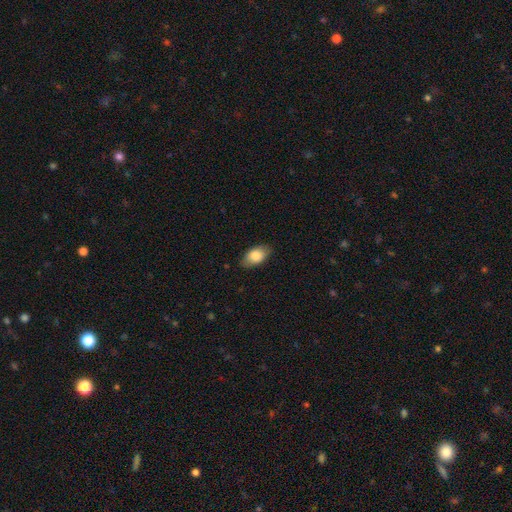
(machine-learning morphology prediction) This appears to be a smooth galaxy with no disk features (82%) that is in between round and cigar-shaped (92%). Merging: none (83%).